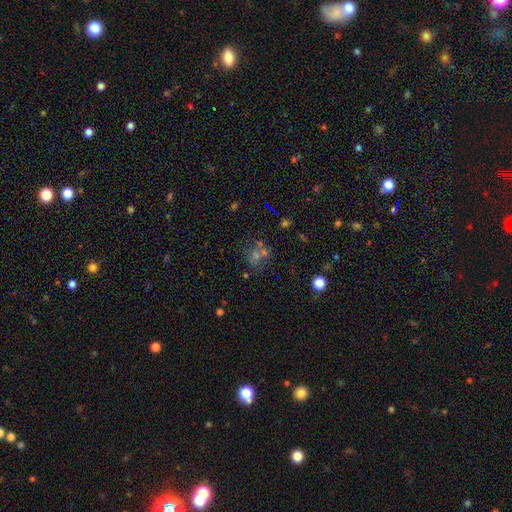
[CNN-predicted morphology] smooth-or-featured: smooth: 41% | star or artifact: 39% | featured or disk: 20%
  merging: none: 52% | merger: 26% | minor disturbance: 13% | major disturbance: 9%